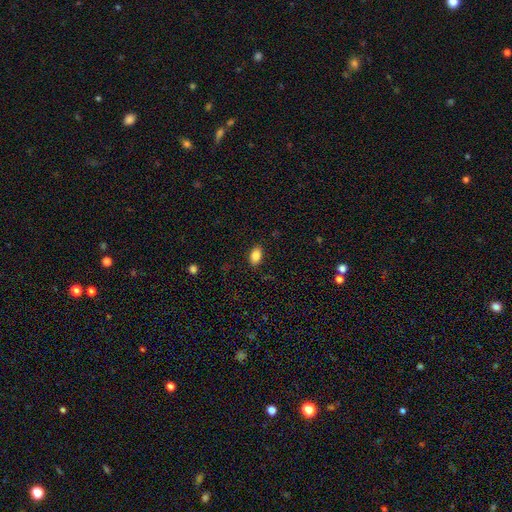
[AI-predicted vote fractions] A smooth galaxy with no disk features (86%) that is in between round and cigar-shaped (89%).

Vote fractions:
- Smooth or featured? smooth: 86% / star or artifact: 9% / featured or disk: 6%
- How rounded? in between: 89% / round: 9% / cigar-shaped: 2%
- Merging? none: 87% / minor disturbance: 9% / major disturbance: 2% / merger: 1%